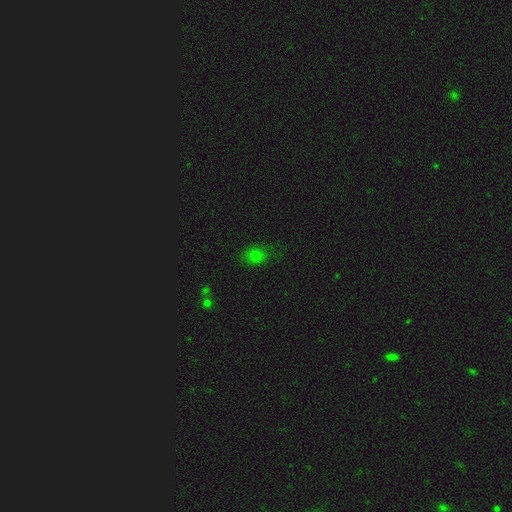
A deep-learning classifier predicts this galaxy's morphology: Smooth or featured?
  - smooth: 74% *
  - star or artifact: 20%
  - featured or disk: 6%
How rounded?
  - in between: 56% *
  - round: 42%
  - cigar-shaped: 2%
Merging?
  - none: 70% *
  - minor disturbance: 21%
  - major disturbance: 7%
  - merger: 2%